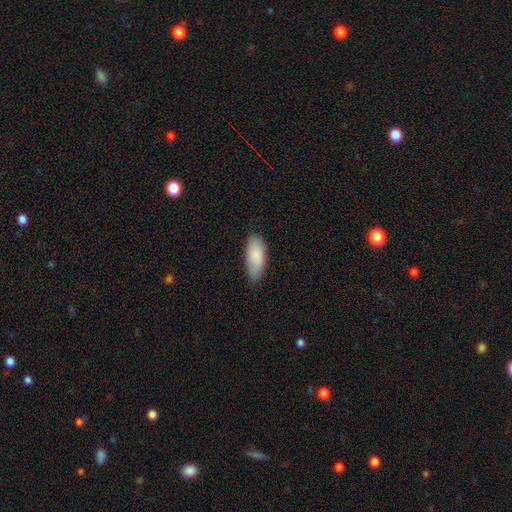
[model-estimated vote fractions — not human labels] Smooth or featured: smooth — 86% (featured or disk — 8%)
How rounded: in between — 82% (cigar-shaped — 16%)
Merging: none — 76% (minor disturbance — 20%)